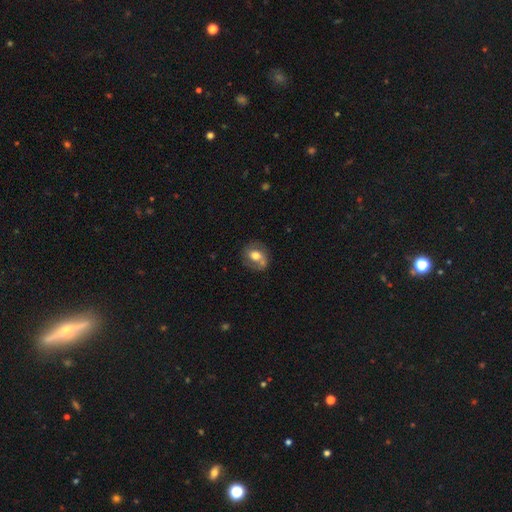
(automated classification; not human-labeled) Q: Smooth or featured?
A: smooth (51%); runner-up: featured or disk (41%)
Q: How rounded?
A: round (60%); runner-up: in between (39%)
Q: Merging?
A: none (61%); runner-up: minor disturbance (20%)